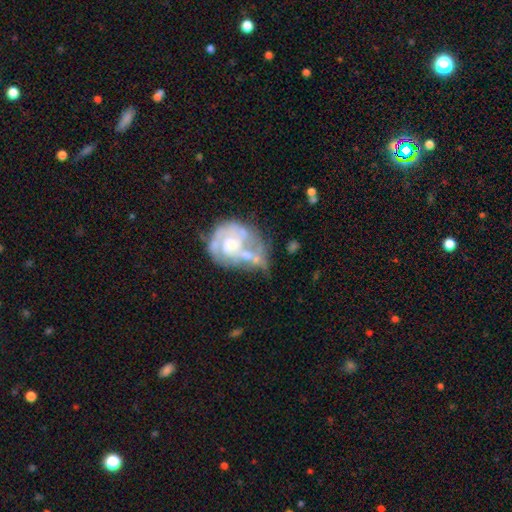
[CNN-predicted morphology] smooth_or_featured: featured or disk (p=0.76) [alt: smooth p=0.18]
disk_edge_on: no (p=0.98) [alt: yes p=0.02]
bar: no (p=0.76) [alt: weak p=0.20]
has_spiral_arms: yes (p=0.71) [alt: no p=0.29]
spiral_winding: tight (p=0.52) [alt: medium p=0.34]
spiral_arm_count: 2 (p=0.34) [tied with: can't tell p=0.34]
bulge_size: small (p=0.47) [alt: moderate p=0.40]
merging: none (p=0.32) [alt: major disturbance p=0.25]